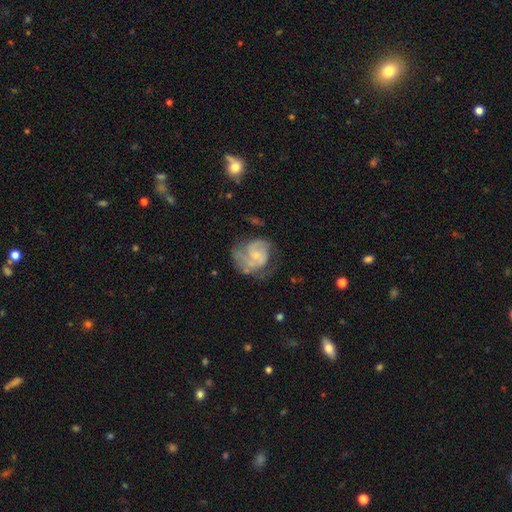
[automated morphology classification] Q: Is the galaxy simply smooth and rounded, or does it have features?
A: featured or disk — 70%.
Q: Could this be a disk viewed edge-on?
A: no — 98%.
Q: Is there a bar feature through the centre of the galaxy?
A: no — 65%.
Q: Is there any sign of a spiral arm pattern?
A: yes — 85%.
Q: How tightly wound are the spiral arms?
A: medium — 46%.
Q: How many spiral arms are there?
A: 2 — 52%.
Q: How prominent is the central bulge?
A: small — 66%.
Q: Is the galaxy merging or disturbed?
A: none — 45%.